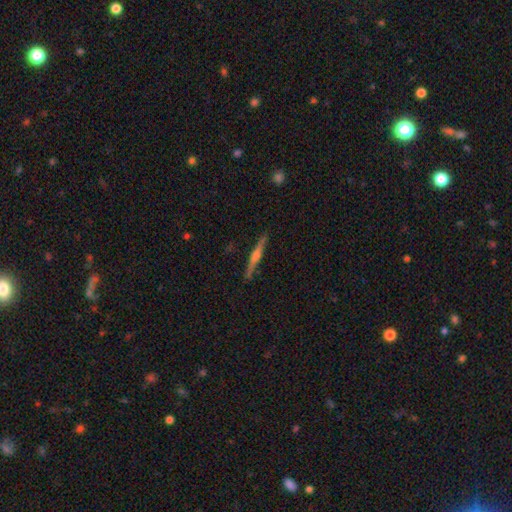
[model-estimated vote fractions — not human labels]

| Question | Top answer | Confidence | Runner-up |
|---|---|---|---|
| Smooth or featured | featured or disk | 78% | smooth (16%) |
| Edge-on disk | yes | 98% | no (2%) |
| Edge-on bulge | rounded | 82% | boxy (9%) |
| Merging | none | 91% | minor disturbance (7%) |